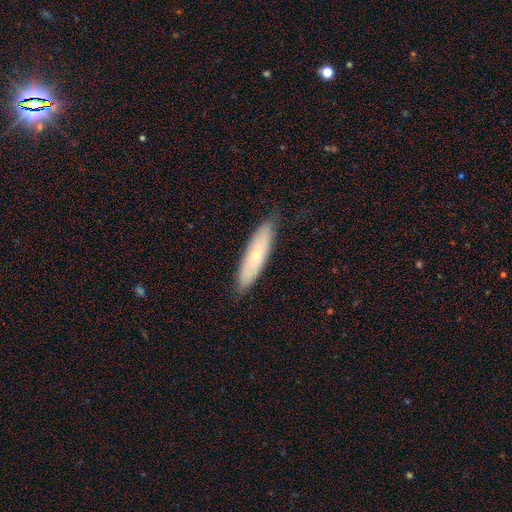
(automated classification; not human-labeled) Smooth or featured? Predicted: smooth (p=0.61). How rounded? Predicted: cigar-shaped (p=0.72). Merging? Predicted: none (p=0.83).